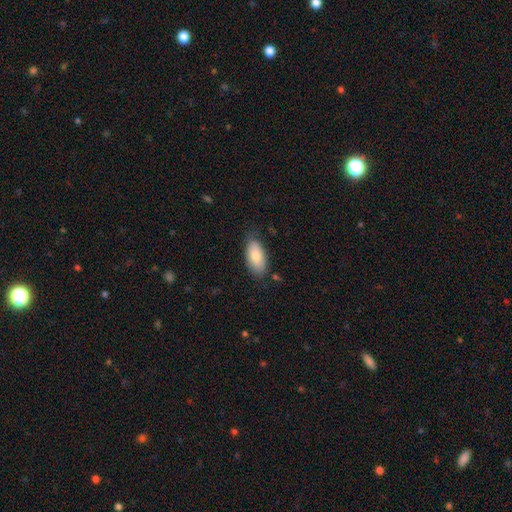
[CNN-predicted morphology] A smooth galaxy with no disk features (83%) that is in between round and cigar-shaped (91%).

Vote fractions:
- Smooth or featured? smooth: 83% / featured or disk: 10% / star or artifact: 6%
- How rounded? in between: 91% / cigar-shaped: 7% / round: 2%
- Merging? none: 76% / minor disturbance: 18% / major disturbance: 4% / merger: 2%